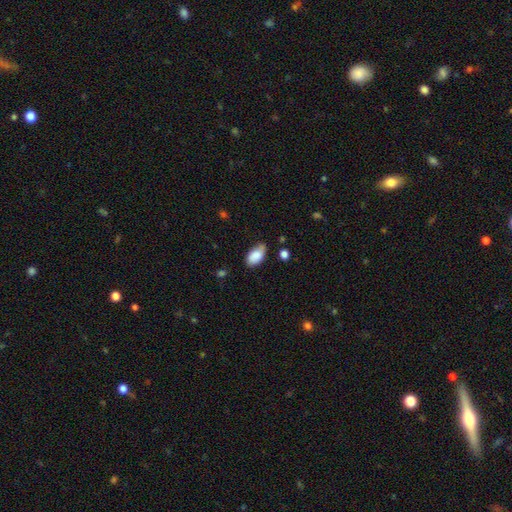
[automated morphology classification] This appears to be a smooth galaxy with no disk features (82%) that is in between round and cigar-shaped (94%). Merging: none (67%).